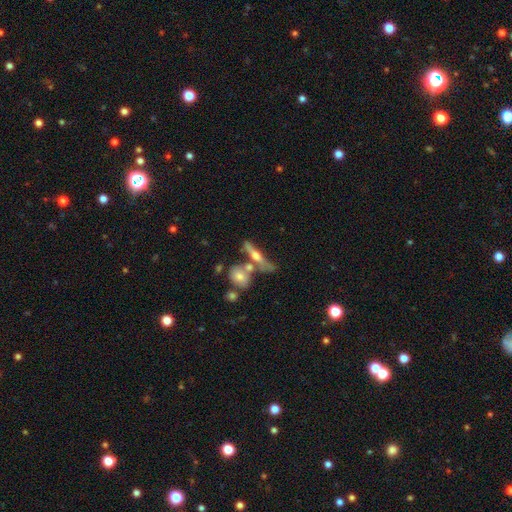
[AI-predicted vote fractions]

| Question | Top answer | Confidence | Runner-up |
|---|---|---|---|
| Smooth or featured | featured or disk | 51% | smooth (41%) |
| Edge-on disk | yes | 85% | no (15%) |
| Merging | none | 50% | merger (30%) |